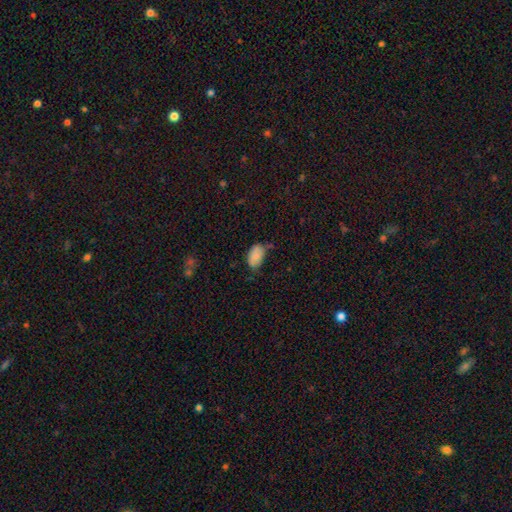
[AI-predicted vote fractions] Overall: smooth (84%). How rounded: in between (92%). Merging: none (50%; minor disturbance 37%).